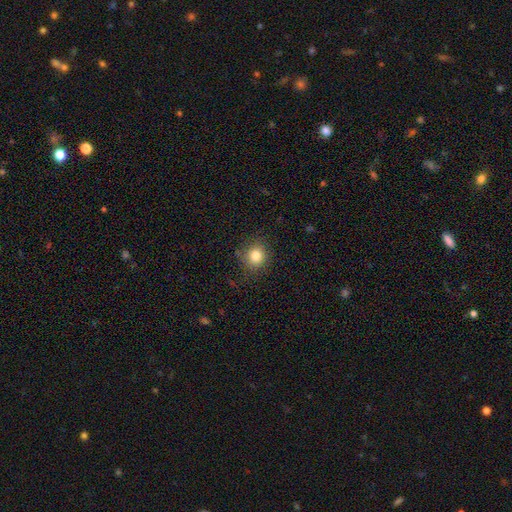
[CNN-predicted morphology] Smooth or featured? smooth (81%)
How rounded? round (87%)
Merging? none (85%)